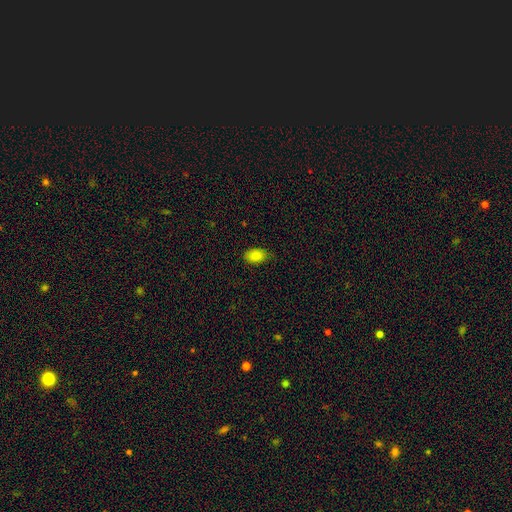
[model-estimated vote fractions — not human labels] Smooth or featured? smooth (86%)
How rounded? in between (87%)
Merging? none (76%)